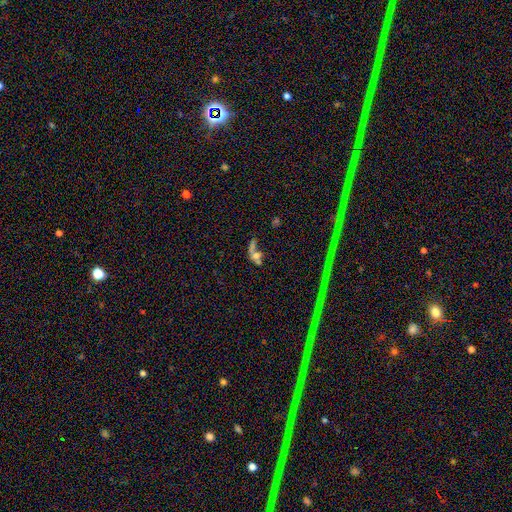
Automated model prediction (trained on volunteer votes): Smooth or featured: smooth — 47% (featured or disk — 33%)
Merging: merger — 43% (none — 24%)